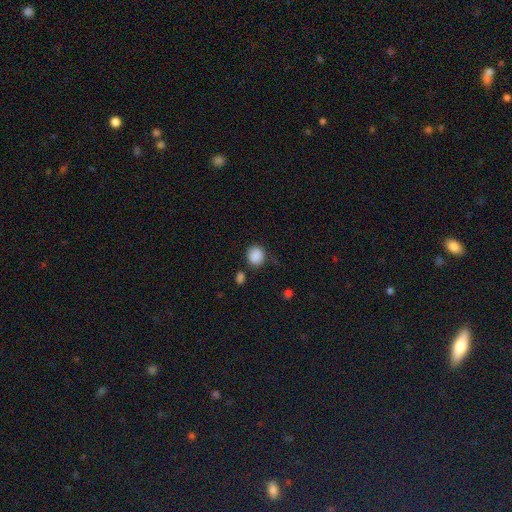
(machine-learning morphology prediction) Smooth or featured: smooth — 87% (star or artifact — 9%)
How rounded: round — 73% (in between — 26%)
Merging: none — 74% (minor disturbance — 17%)